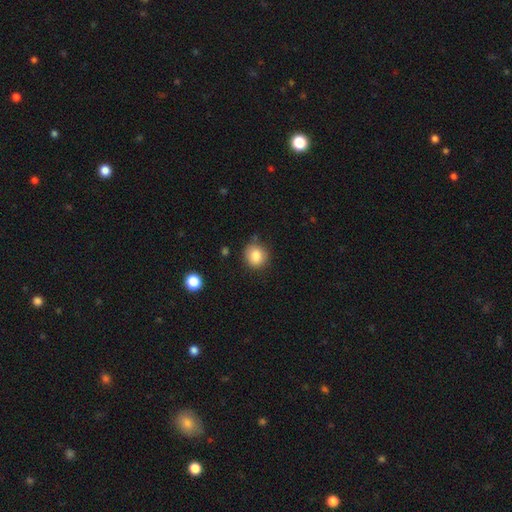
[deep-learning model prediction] Smooth or featured? smooth (84%)
How rounded? round (83%)
Merging? none (79%)